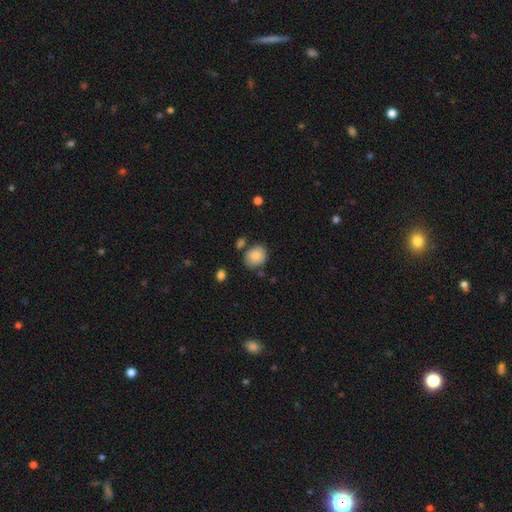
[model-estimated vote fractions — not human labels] The model was most divided on "how rounded": round: 66%, in between: 33%, cigar-shaped: 1%. More confident: smooth or featured — smooth (82%); merging — none (71%).